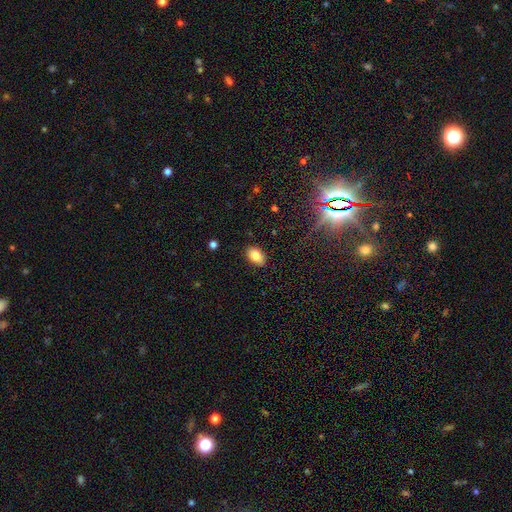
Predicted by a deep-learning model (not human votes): A smooth galaxy with no disk features (83%) that is in between round and cigar-shaped (89%). Merging: none (86%).